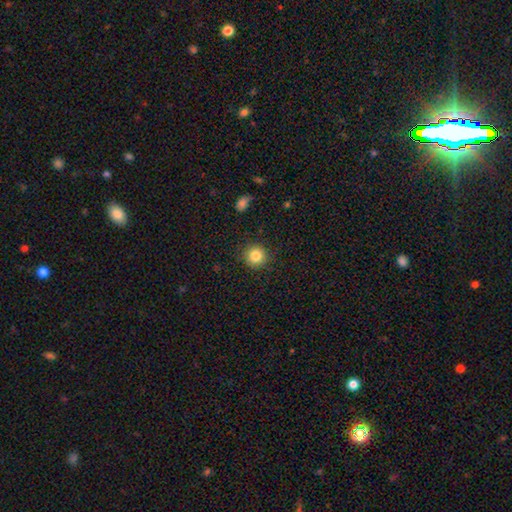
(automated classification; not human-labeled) Smooth or featured?
  - smooth: 84% *
  - star or artifact: 10%
  - featured or disk: 6%
How rounded?
  - round: 94% *
  - in between: 5%
  - cigar-shaped: 1%
Merging?
  - none: 90% *
  - minor disturbance: 6%
  - major disturbance: 2%
  - merger: 1%